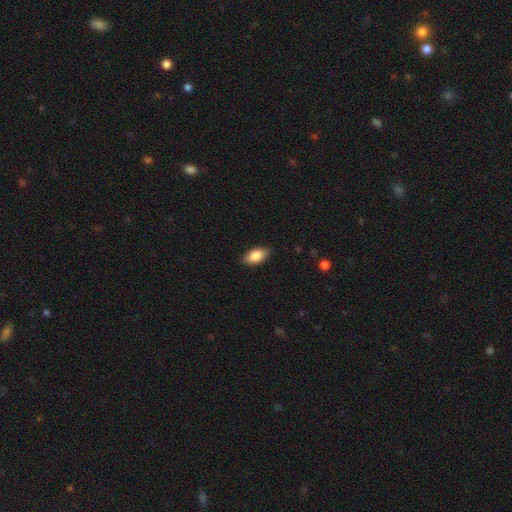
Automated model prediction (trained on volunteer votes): Smooth or featured: smooth — 84% (featured or disk — 9%)
How rounded: in between — 91% (cigar-shaped — 5%)
Merging: none — 86% (minor disturbance — 11%)